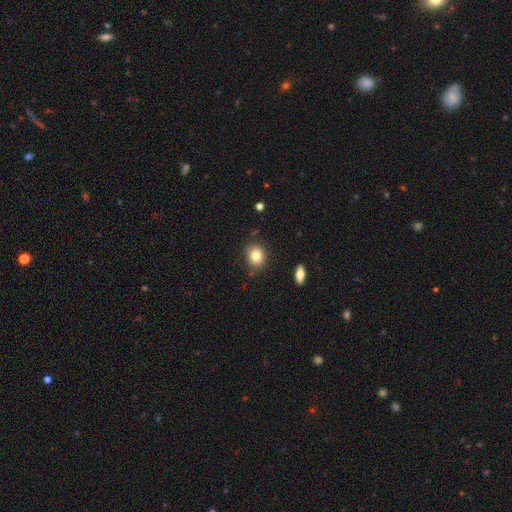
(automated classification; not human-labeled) A smooth galaxy with no disk features (81%) that is round (61%).

Vote fractions:
- Smooth or featured? smooth: 81% / star or artifact: 10% / featured or disk: 9%
- How rounded? round: 61% / in between: 38% / cigar-shaped: 1%
- Merging? none: 84% / minor disturbance: 12% / major disturbance: 3% / merger: 2%